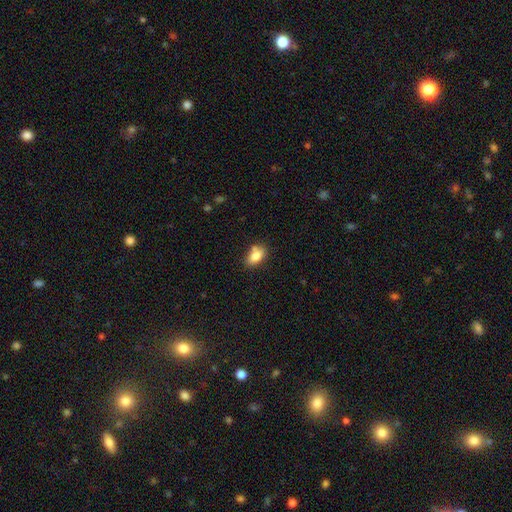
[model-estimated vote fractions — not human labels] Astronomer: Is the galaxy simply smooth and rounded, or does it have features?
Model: smooth — 82%.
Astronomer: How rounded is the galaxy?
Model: in between — 87%.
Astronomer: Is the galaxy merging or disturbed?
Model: none — 65%.